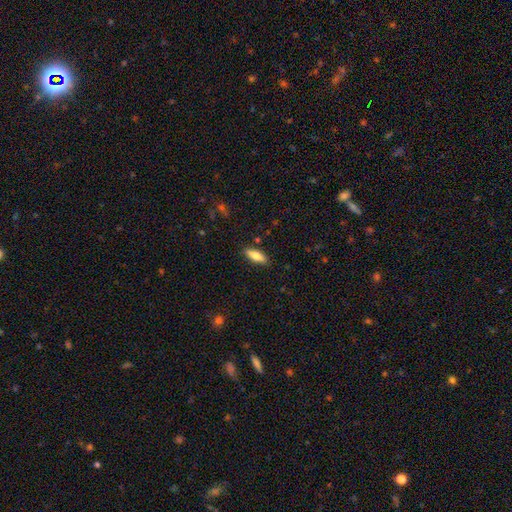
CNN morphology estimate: Smooth or featured: smooth — 76% (featured or disk — 17%)
How rounded: in between — 61% (cigar-shaped — 37%)
Merging: none — 86% (minor disturbance — 10%)